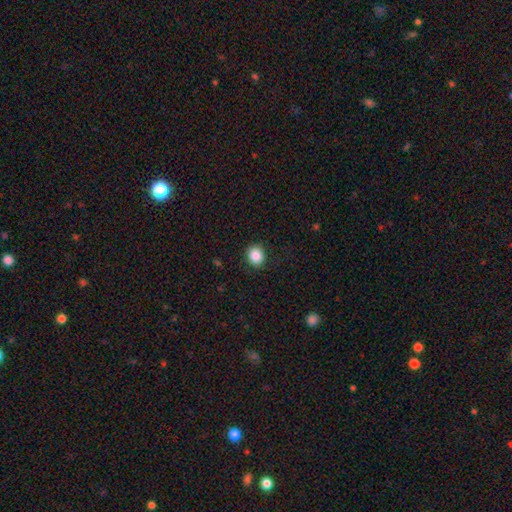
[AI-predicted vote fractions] Smooth or featured? smooth (86%)
How rounded? round (74%)
Merging? none (89%)